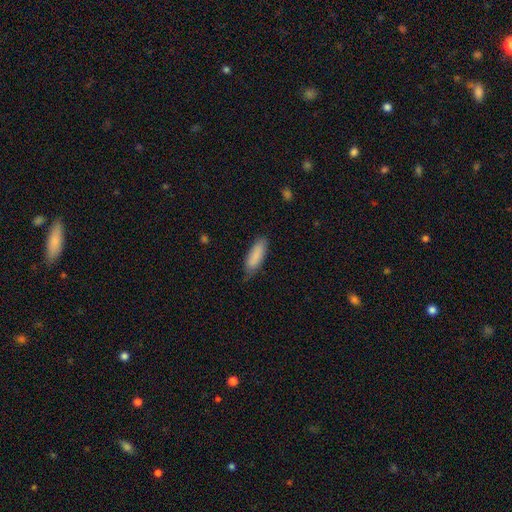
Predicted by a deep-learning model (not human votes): Smooth or featured?
  - smooth: 87% *
  - featured or disk: 7%
  - star or artifact: 6%
How rounded?
  - in between: 56% *
  - cigar-shaped: 42%
  - round: 1%
Merging?
  - none: 76% *
  - minor disturbance: 20%
  - major disturbance: 3%
  - merger: 1%